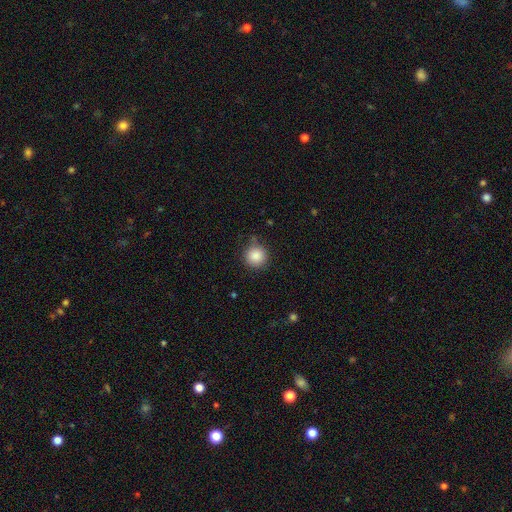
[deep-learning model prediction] A smooth galaxy with no disk features (87%) that is round (94%).

Vote fractions:
- Smooth or featured? smooth: 87% / star or artifact: 9% / featured or disk: 4%
- How rounded? round: 94% / in between: 5% / cigar-shaped: 1%
- Merging? none: 80% / minor disturbance: 15% / major disturbance: 4% / merger: 2%